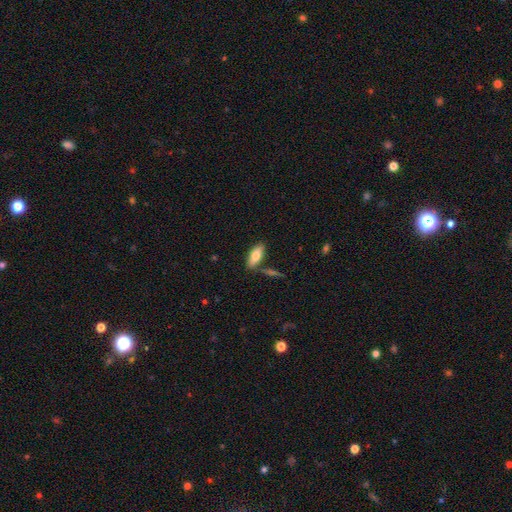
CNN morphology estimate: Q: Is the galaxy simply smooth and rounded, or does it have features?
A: smooth — 75%.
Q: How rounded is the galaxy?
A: in between — 81%.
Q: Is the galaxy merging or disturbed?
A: none — 76%.